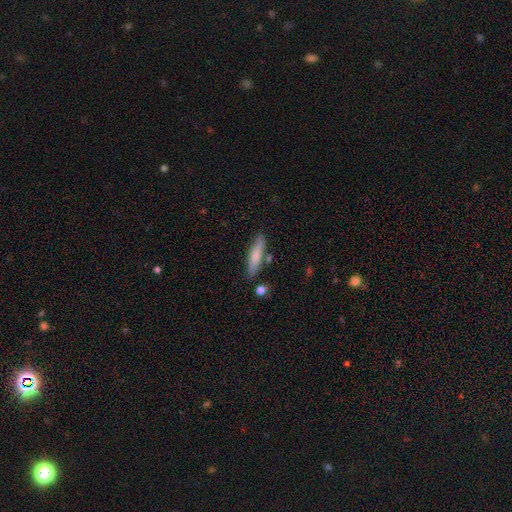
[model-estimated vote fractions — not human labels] Smooth or featured: smooth — 75% (featured or disk — 19%)
How rounded: cigar-shaped — 81% (in between — 18%)
Merging: none — 80% (minor disturbance — 13%)